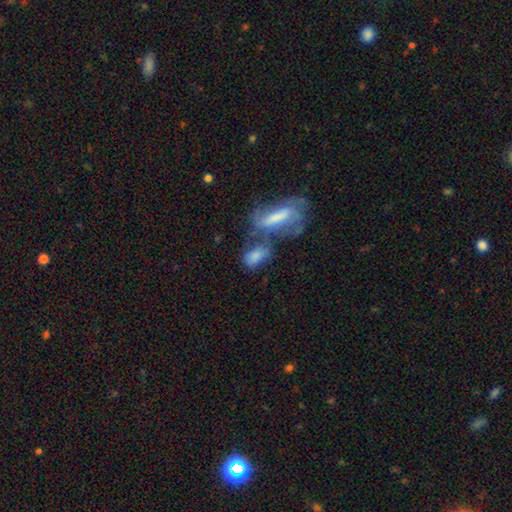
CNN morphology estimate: A smooth galaxy with no disk features (68%) that is in between round and cigar-shaped (80%).

Vote fractions:
- Smooth or featured? smooth: 68% / featured or disk: 24% / star or artifact: 9%
- How rounded? in between: 80% / cigar-shaped: 14% / round: 7%
- Merging? merger: 52% / none: 23% / major disturbance: 13% / minor disturbance: 13%